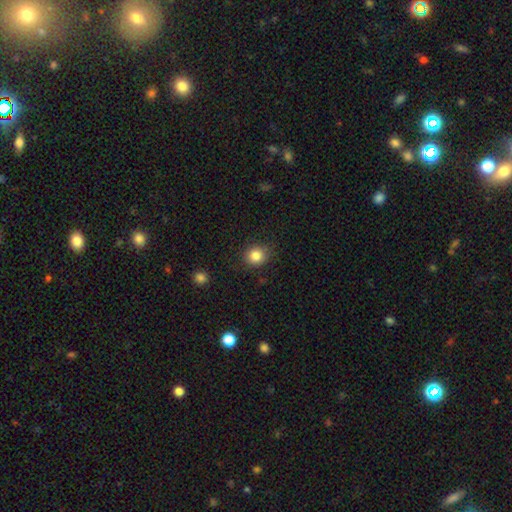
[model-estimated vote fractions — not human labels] smooth-or-featured: smooth: 84% | star or artifact: 10% | featured or disk: 5%
  how-rounded: round: 82% | in between: 18% | cigar-shaped: 1%
  merging: none: 86% | minor disturbance: 10% | major disturbance: 3% | merger: 1%